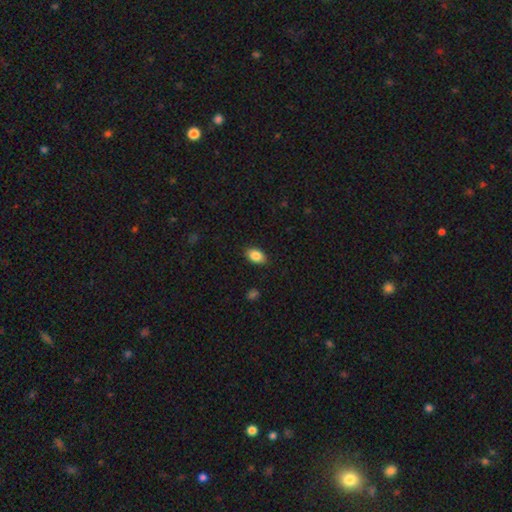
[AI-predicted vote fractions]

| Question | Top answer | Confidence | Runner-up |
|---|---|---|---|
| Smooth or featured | smooth | 86% | star or artifact (8%) |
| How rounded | in between | 88% | round (10%) |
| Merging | none | 86% | minor disturbance (11%) |